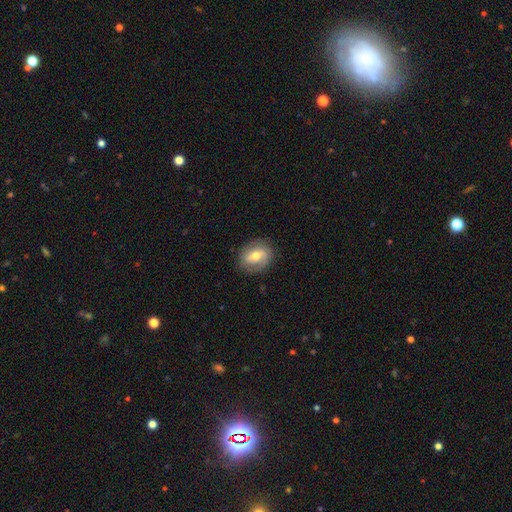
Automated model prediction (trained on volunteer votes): Smooth or featured?
  - featured or disk: 52% *
  - smooth: 41%
  - star or artifact: 7%
Edge-on disk?
  - no: 95% *
  - yes: 5%
Merging?
  - none: 81% *
  - minor disturbance: 14%
  - major disturbance: 5%
  - merger: 1%